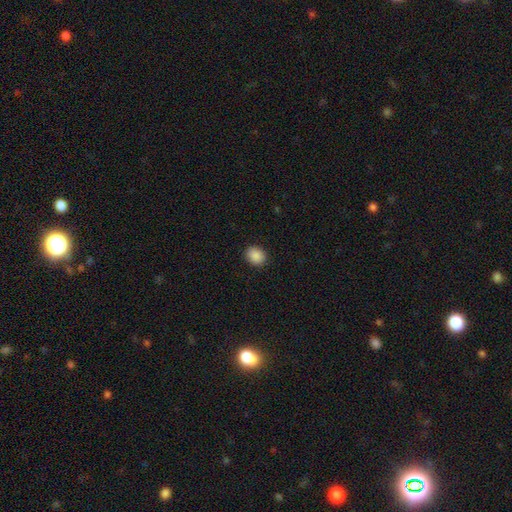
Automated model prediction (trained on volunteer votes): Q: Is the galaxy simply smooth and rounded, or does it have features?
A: smooth — 89%.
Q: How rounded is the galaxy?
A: round — 52%.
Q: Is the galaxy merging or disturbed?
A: none — 90%.